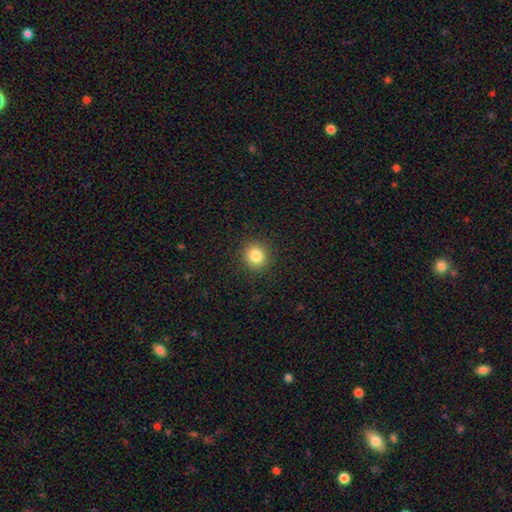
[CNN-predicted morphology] smooth_or_featured: smooth (p=0.83) [alt: star or artifact p=0.11]
how_rounded: round (p=0.85) [alt: in between p=0.14]
merging: none (p=0.91) [alt: minor disturbance p=0.06]